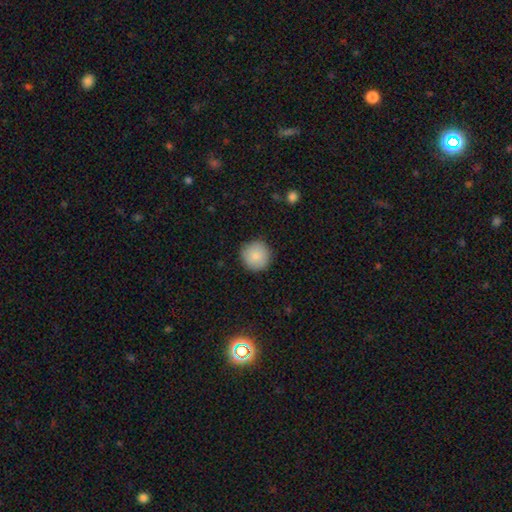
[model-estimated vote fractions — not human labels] smooth-or-featured: smooth: 84% | featured or disk: 8% | star or artifact: 8%
  how-rounded: round: 95% | in between: 4% | cigar-shaped: 1%
  merging: none: 89% | minor disturbance: 8% | major disturbance: 2% | merger: 1%